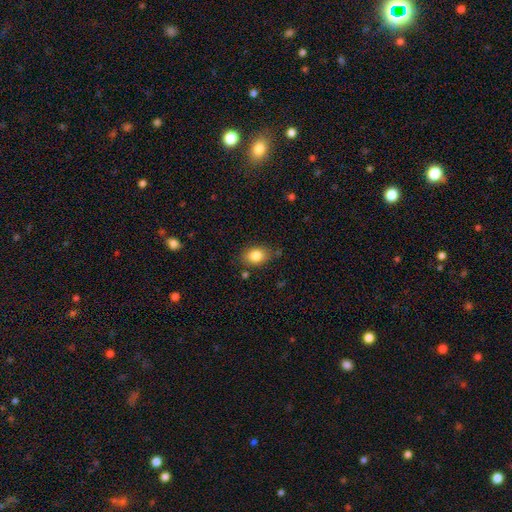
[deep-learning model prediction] A smooth galaxy with no disk features (83%) that is in between round and cigar-shaped (75%).

Vote fractions:
- Smooth or featured? smooth: 83% / star or artifact: 8% / featured or disk: 8%
- How rounded? in between: 75% / round: 24% / cigar-shaped: 1%
- Merging? none: 79% / minor disturbance: 15% / major disturbance: 3% / merger: 3%